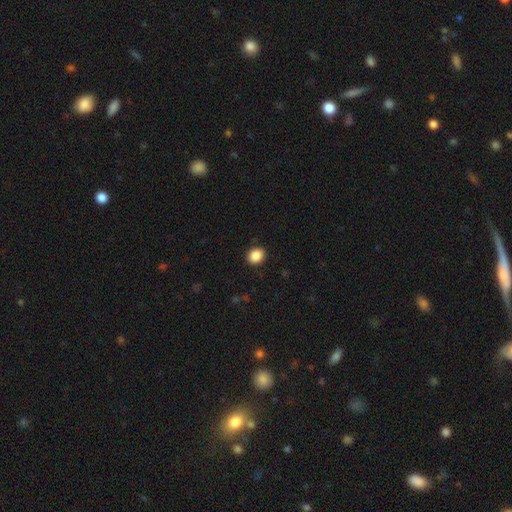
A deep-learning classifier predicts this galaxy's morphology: smooth_or_featured: smooth (p=0.88) [alt: star or artifact p=0.09]
how_rounded: round (p=0.53) [alt: in between p=0.46]
merging: none (p=0.90) [alt: minor disturbance p=0.07]